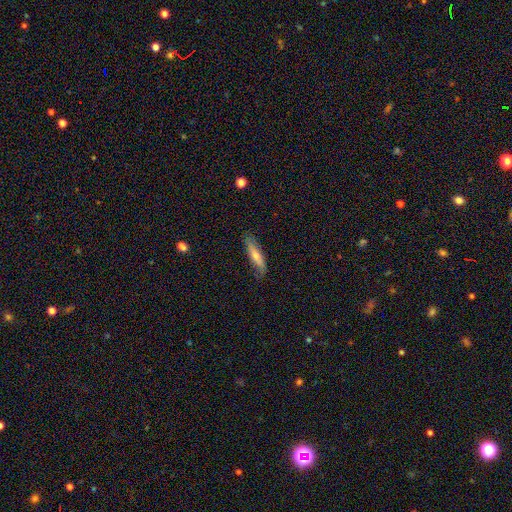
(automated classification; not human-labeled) This is possibly a smooth galaxy (49%). Merging: likely none (78%).